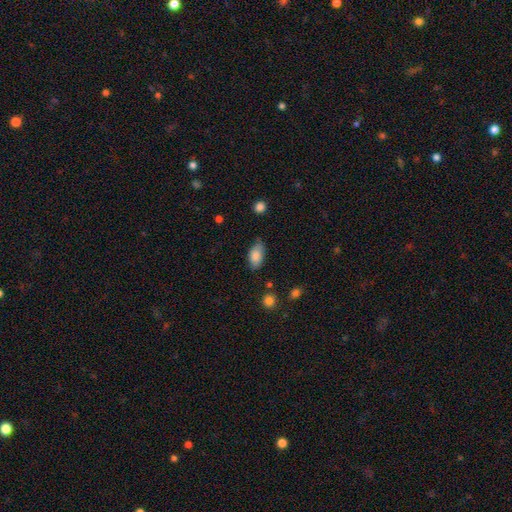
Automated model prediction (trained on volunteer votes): smooth 82%, featured or disk 11%, star or artifact 7%. Down the decision tree: how rounded — in between (92%); merging — none (70%).